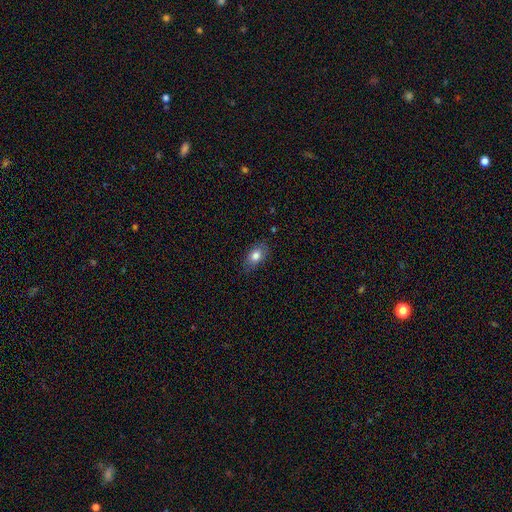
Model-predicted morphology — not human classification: smooth-or-featured: smooth: 80% | featured or disk: 12% | star or artifact: 8%
  how-rounded: in between: 85% | round: 12% | cigar-shaped: 3%
  merging: none: 81% | minor disturbance: 15% | major disturbance: 3% | merger: 1%